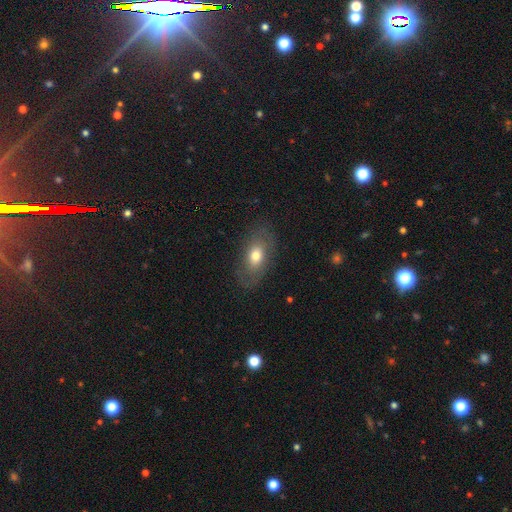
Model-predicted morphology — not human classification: Q: Smooth or featured?
A: smooth (68%); runner-up: featured or disk (24%)
Q: How rounded?
A: in between (86%); runner-up: round (9%)
Q: Merging?
A: none (79%); runner-up: minor disturbance (14%)